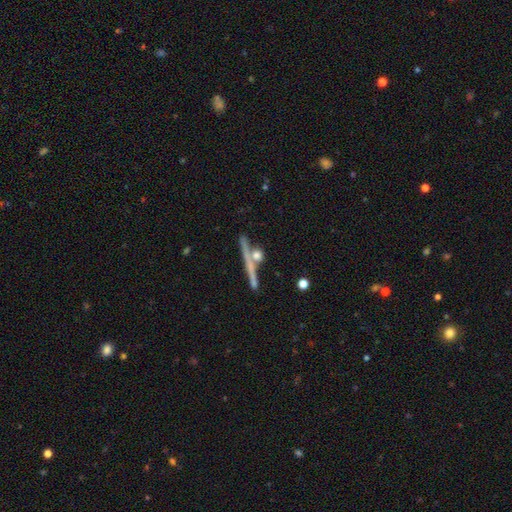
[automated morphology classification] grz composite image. It shows a smooth galaxy with no disk features (47%). Merging: none (62%).